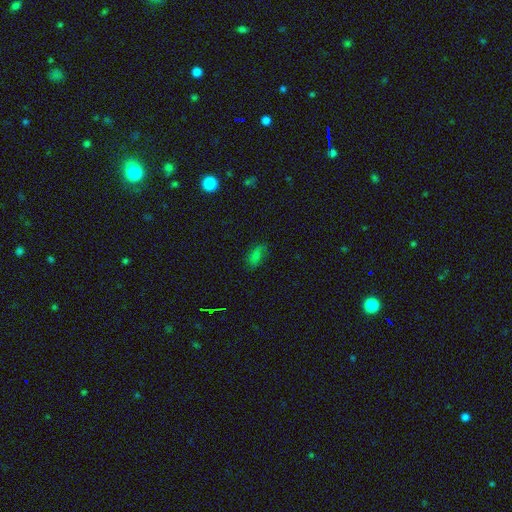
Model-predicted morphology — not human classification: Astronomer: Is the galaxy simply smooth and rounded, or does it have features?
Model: smooth — 65%.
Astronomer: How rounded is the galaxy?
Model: in between — 85%.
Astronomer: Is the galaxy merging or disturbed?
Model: none — 62%.